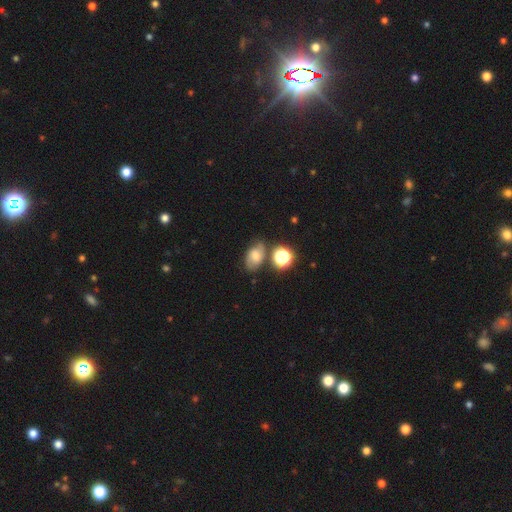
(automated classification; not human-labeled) Smooth or featured?
  - featured or disk: 46% *
  - smooth: 39%
  - star or artifact: 16%
Merging?
  - none: 66% *
  - minor disturbance: 19%
  - merger: 9%
  - major disturbance: 6%